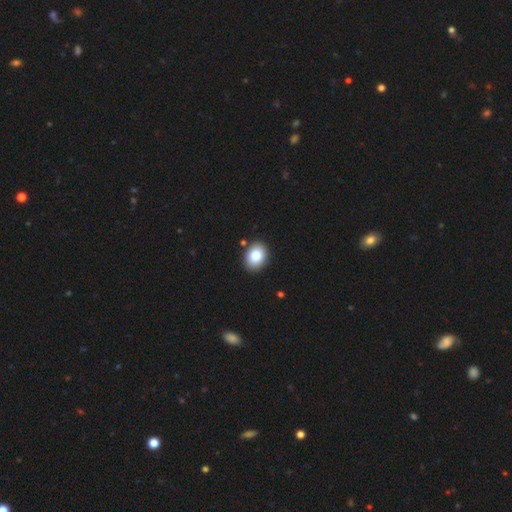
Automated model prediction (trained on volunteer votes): smooth_or_featured: smooth (p=0.82) [alt: featured or disk p=0.09]
how_rounded: in between (p=0.64) [alt: round p=0.35]
merging: none (p=0.88) [alt: minor disturbance p=0.08]